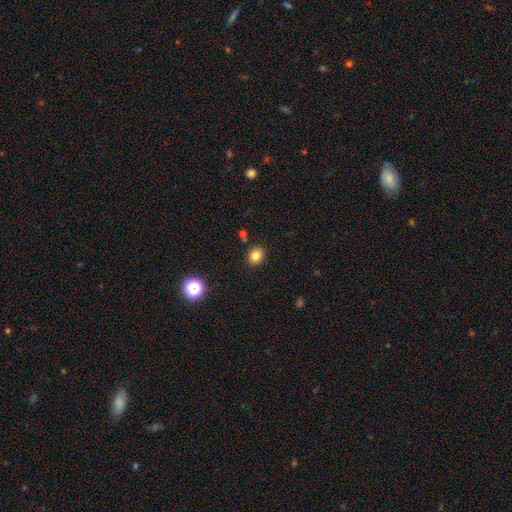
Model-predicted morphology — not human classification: smooth_or_featured: smooth (p=0.82) [alt: star or artifact p=0.12]
how_rounded: round (p=0.57) [alt: in between p=0.42]
merging: none (p=0.87) [alt: minor disturbance p=0.08]